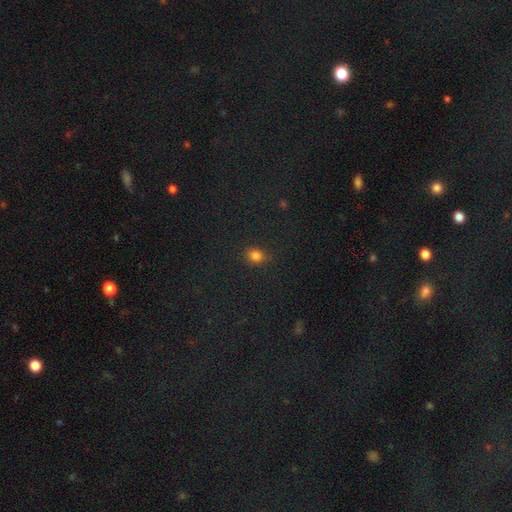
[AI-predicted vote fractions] Overall: smooth (81%). How rounded: round (63%; in between 36%). Merging: none (85%).